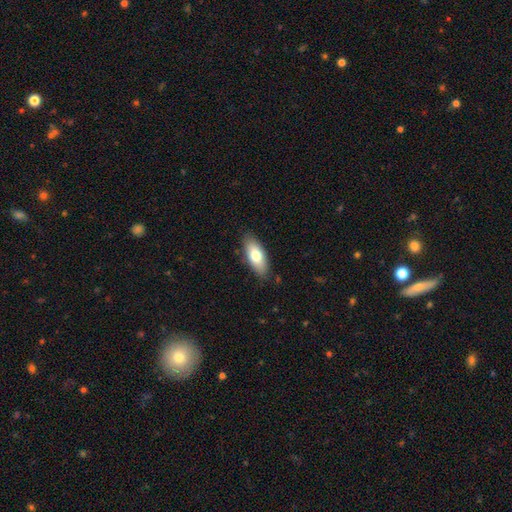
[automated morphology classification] Overall: smooth (73%). How rounded: in between (83%). Merging: none (85%).